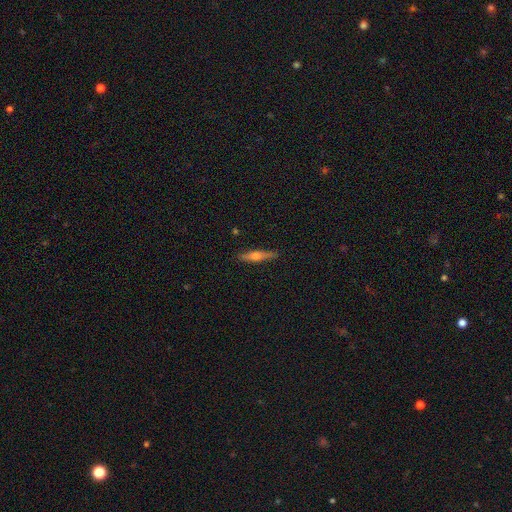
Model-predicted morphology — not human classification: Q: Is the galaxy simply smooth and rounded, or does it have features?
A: featured or disk — 54%.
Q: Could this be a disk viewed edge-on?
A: yes — 95%.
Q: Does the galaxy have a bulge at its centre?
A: rounded — 86%.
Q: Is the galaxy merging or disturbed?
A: none — 88%.